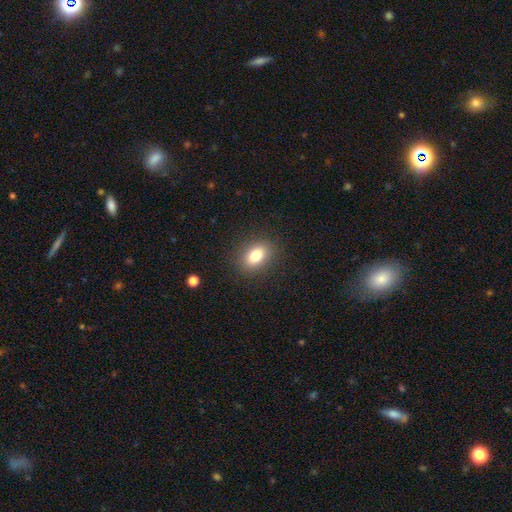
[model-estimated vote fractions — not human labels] A smooth galaxy with no disk features (81%) that is in between round and cigar-shaped (81%).

Vote fractions:
- Smooth or featured? smooth: 81% / featured or disk: 10% / star or artifact: 10%
- How rounded? in between: 81% / round: 17% / cigar-shaped: 3%
- Merging? none: 87% / minor disturbance: 9% / major disturbance: 3% / merger: 1%